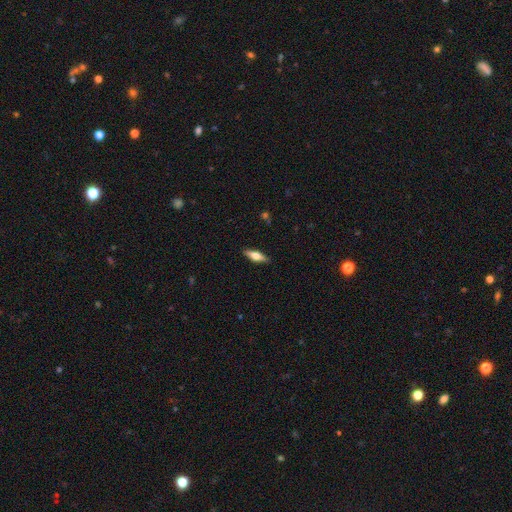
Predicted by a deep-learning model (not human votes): smooth-or-featured: featured or disk: 50% | smooth: 43% | star or artifact: 6%
  disk-edge-on: yes: 93% | no: 7%
  merging: none: 88% | minor disturbance: 9% | major disturbance: 2% | merger: 1%